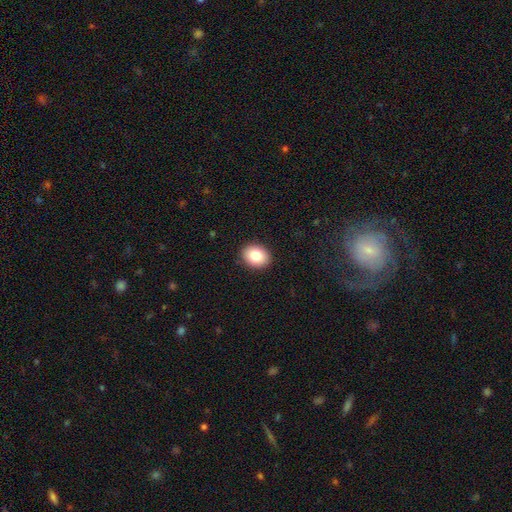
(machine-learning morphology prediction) Smooth or featured? Predicted: smooth (p=0.84). How rounded? Predicted: in between (p=0.55). Merging? Predicted: none (p=0.91).